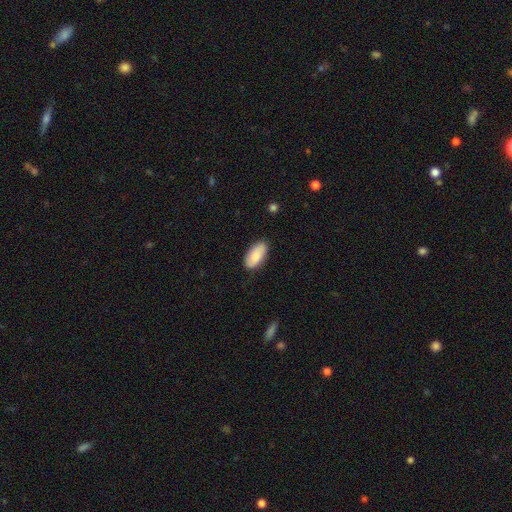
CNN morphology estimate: This is clearly a smooth galaxy (84%). How rounded: clearly in between (94%). Merging: clearly none (85%).